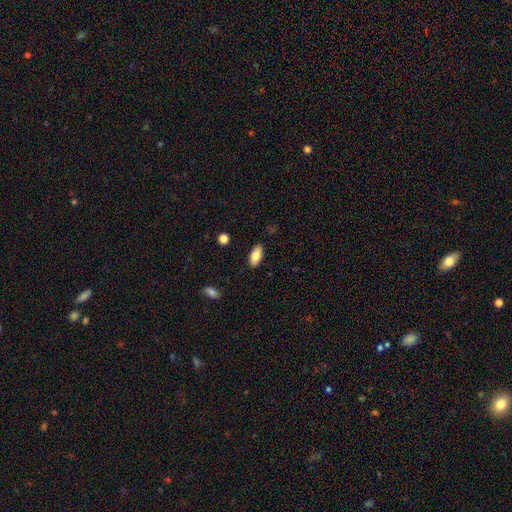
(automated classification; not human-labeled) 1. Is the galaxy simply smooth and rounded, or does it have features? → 83% smooth, 10% featured or disk, 7% star or artifact.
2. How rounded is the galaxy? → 92% in between, 6% cigar-shaped, 2% round.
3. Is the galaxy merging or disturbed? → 88% none, 9% minor disturbance, 2% major disturbance, 1% merger.